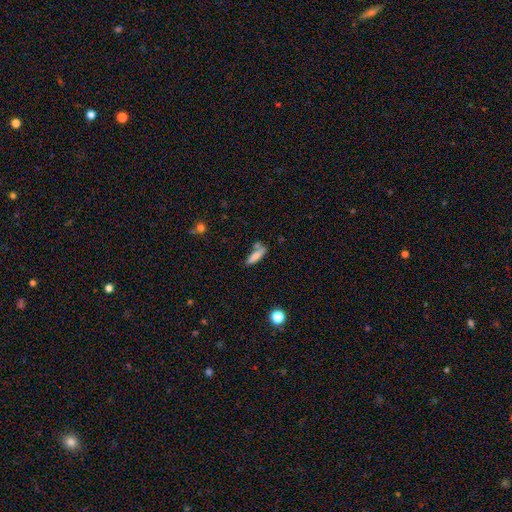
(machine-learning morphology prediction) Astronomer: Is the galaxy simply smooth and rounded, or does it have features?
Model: smooth — 76%.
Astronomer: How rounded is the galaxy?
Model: cigar-shaped — 58% (runner-up: in between, 40%).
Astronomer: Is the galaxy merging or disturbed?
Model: none — 50%.